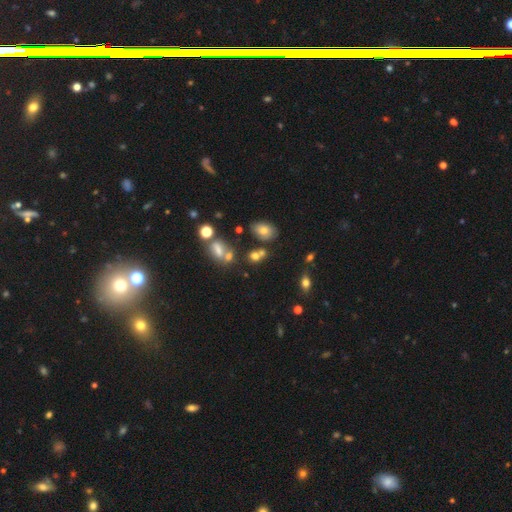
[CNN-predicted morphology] This appears to be a smooth galaxy with no disk features (65%) that is round (51%). Merging: none (49%).